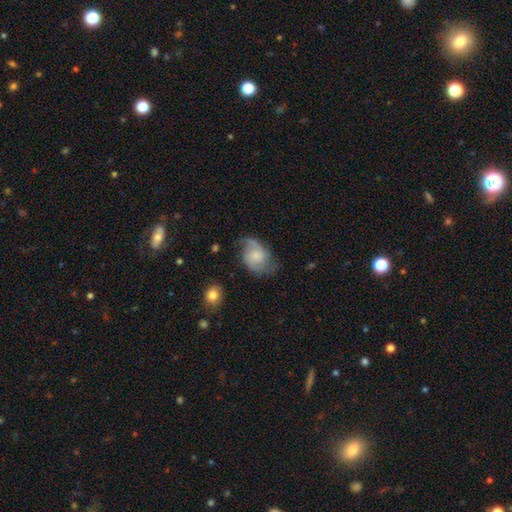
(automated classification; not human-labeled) A featured or disk galaxy (71%) with no bar (63%), 2 (79%) medium (49%) spiral arms (94%) and a small central bulge (51%).

Vote fractions:
- Smooth or featured? featured or disk: 71% / smooth: 22% / star or artifact: 7%
- Edge-on disk? no: 97% / yes: 3%
- Bar? no: 63% / weak: 32% / strong: 4%
- Spiral arms? yes: 94% / no: 6%
- Spiral winding? medium: 49% / loose: 29% / tight: 23%
- Spiral arm count? 2: 79% / 1: 8% / can't tell: 8% / 3: 3% / 4: 1% / more than 4: 1%
- Bulge size? small: 51% / moderate: 23% / none: 20% / large: 5% / dominant: 2%
- Merging? none: 58% / minor disturbance: 25% / major disturbance: 15% / merger: 2%